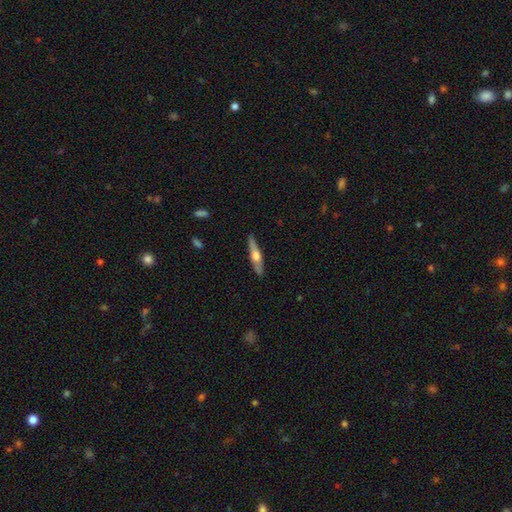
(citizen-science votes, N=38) A featured or disk galaxy (55%) viewed edge-on (90%) with a rounded central bulge (89%). Merging: none (69%).